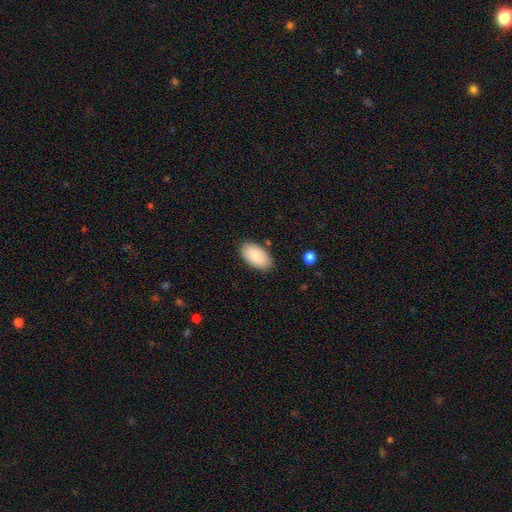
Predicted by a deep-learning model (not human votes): A smooth galaxy with no disk features (84%) that is in between round and cigar-shaped (96%). Merging: none (85%).